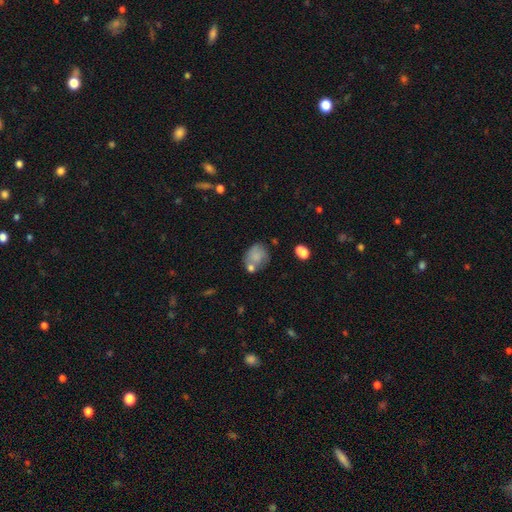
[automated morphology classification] smooth-or-featured: smooth: 71% | featured or disk: 20% | star or artifact: 9%
  how-rounded: round: 58% | in between: 41% | cigar-shaped: 1%
  merging: none: 47% | minor disturbance: 22% | merger: 21% | major disturbance: 9%